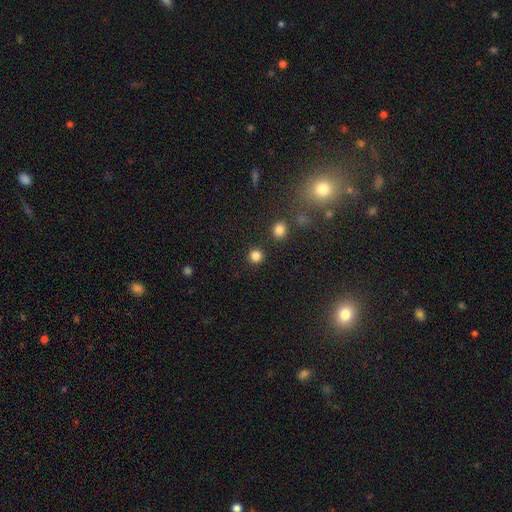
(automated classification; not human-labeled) Overall: smooth (82%). How rounded: round (93%). Merging: none (89%).